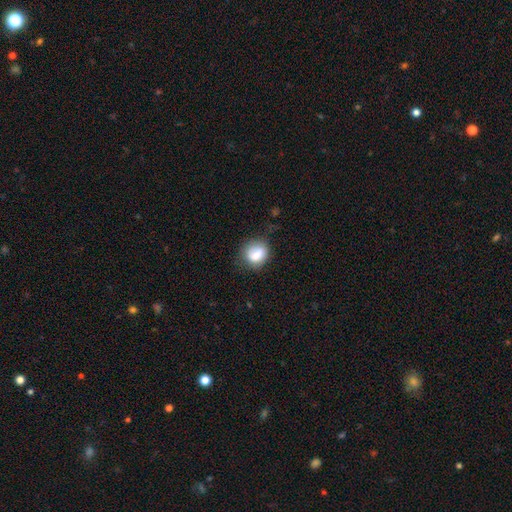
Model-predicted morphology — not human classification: The model was most divided on "how rounded": round: 69%, in between: 30%, cigar-shaped: 1%. More confident: smooth or featured — smooth (76%); merging — none (63%).